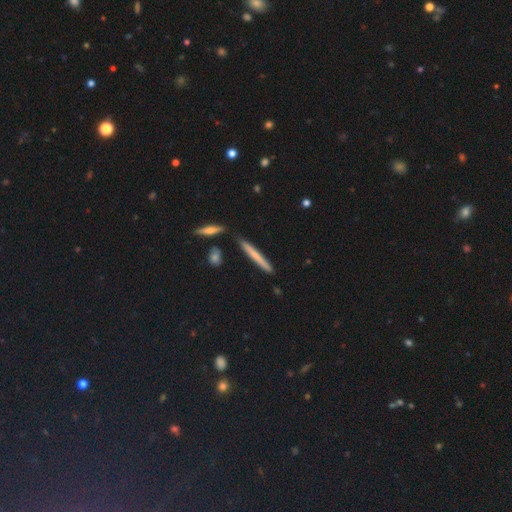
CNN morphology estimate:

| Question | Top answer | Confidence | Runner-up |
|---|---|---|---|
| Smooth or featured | smooth | 64% | featured or disk (30%) |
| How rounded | cigar-shaped | 96% | in between (3%) |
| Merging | none | 86% | minor disturbance (9%) |